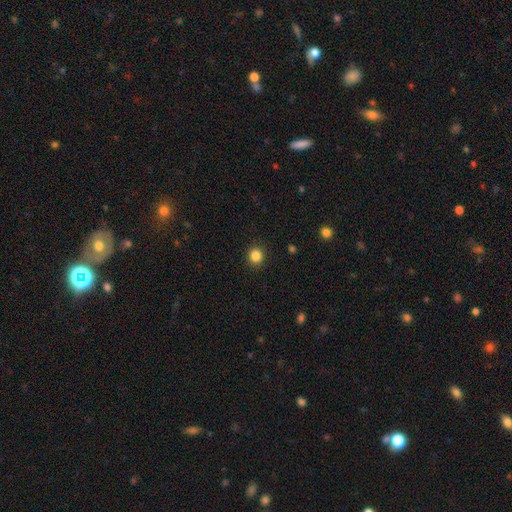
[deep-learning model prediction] A smooth galaxy with no disk features (86%) that is round (89%).

Vote fractions:
- Smooth or featured? smooth: 86% / star or artifact: 11% / featured or disk: 3%
- How rounded? round: 89% / in between: 10% / cigar-shaped: 1%
- Merging? none: 92% / minor disturbance: 5% / major disturbance: 2% / merger: 1%